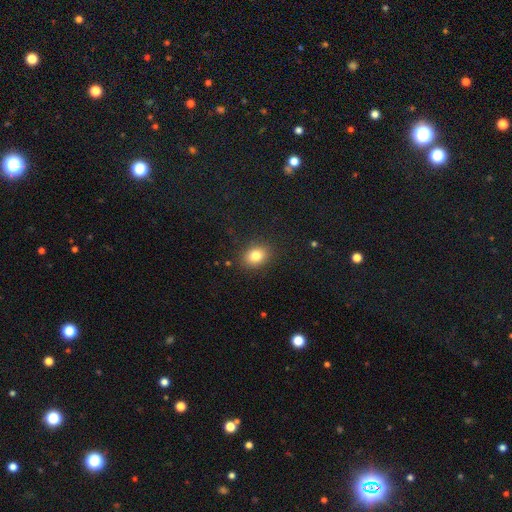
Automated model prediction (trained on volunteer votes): A smooth galaxy with no disk features (82%) that is in between round and cigar-shaped (57%).

Vote fractions:
- Smooth or featured? smooth: 82% / star or artifact: 10% / featured or disk: 8%
- How rounded? in between: 57% / round: 43% / cigar-shaped: 1%
- Merging? none: 88% / minor disturbance: 8% / major disturbance: 3% / merger: 1%